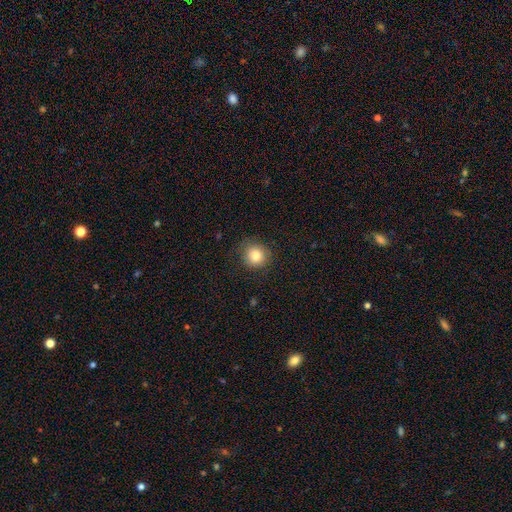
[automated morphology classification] This is clearly a smooth galaxy (82%). How rounded: clearly round (90%). Merging: clearly none (84%).